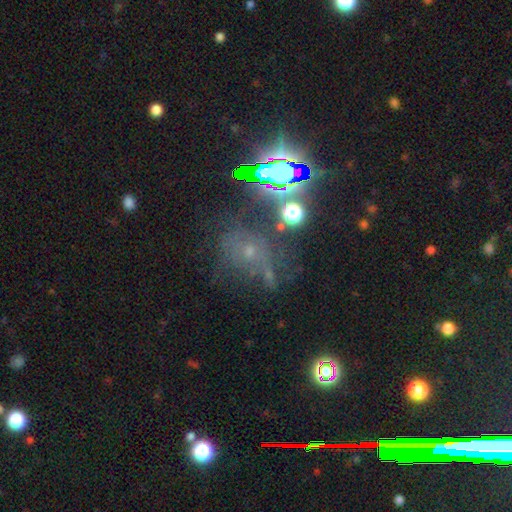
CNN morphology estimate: Overall: star or artifact (59%; smooth 22%).